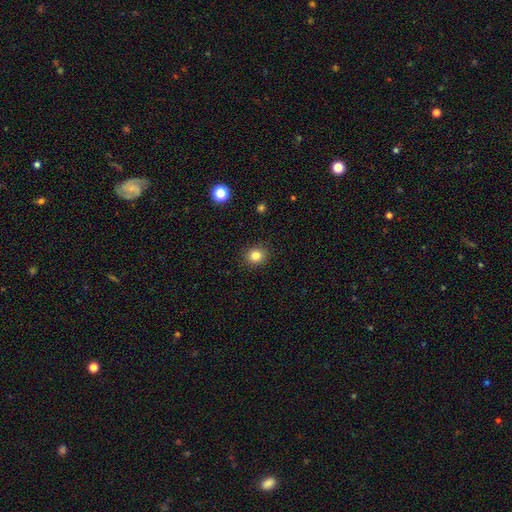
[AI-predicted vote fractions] smooth 82%, star or artifact 12%, featured or disk 6%. Down the decision tree: how rounded — round (82%); merging — none (91%).